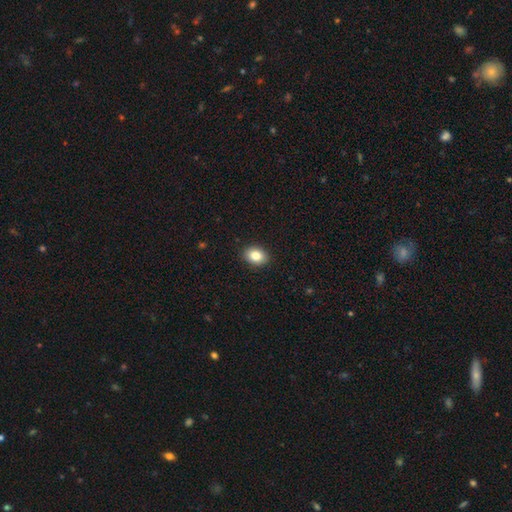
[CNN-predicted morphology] Overall: smooth (84%). How rounded: in between (68%; round 31%). Merging: none (91%).